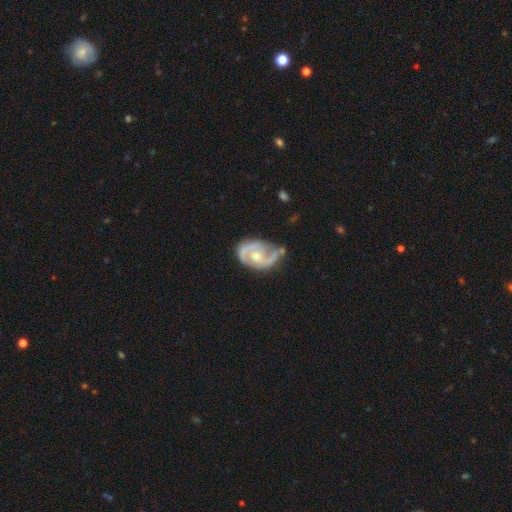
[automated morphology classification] smooth-or-featured: featured or disk: 87% | smooth: 8% | star or artifact: 5%
  disk-edge-on: no: 97% | yes: 3%
    bar: no: 56% | weak: 36% | strong: 8%
    has-spiral-arms: yes: 96% | no: 4%
      spiral-winding: medium: 52% | tight: 30% | loose: 18%
      spiral-arm-count: 2: 86% | can't tell: 5% | 1: 4% | 3: 3% | 4: 1% | more than 4: 1%
    bulge-size: moderate: 53% | small: 43% | large: 2% | none: 1% | dominant: 1%
  merging: none: 57% | minor disturbance: 28% | major disturbance: 10% | merger: 6%